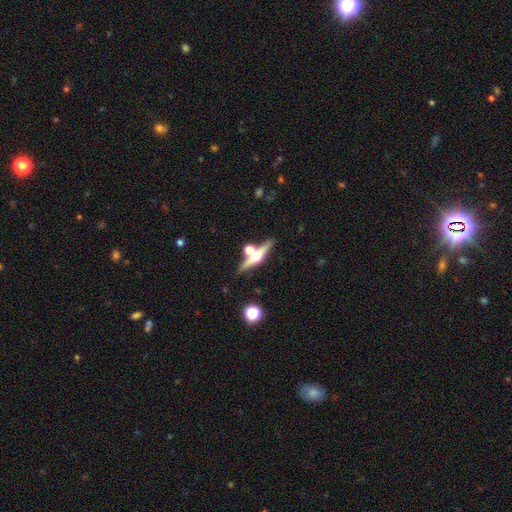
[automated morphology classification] The model was most divided on "smooth or featured": featured or disk: 69%, smooth: 24%, star or artifact: 7%. More confident: edge-on disk — yes (96%); edge-on bulge — rounded (95%); merging — none (68%).